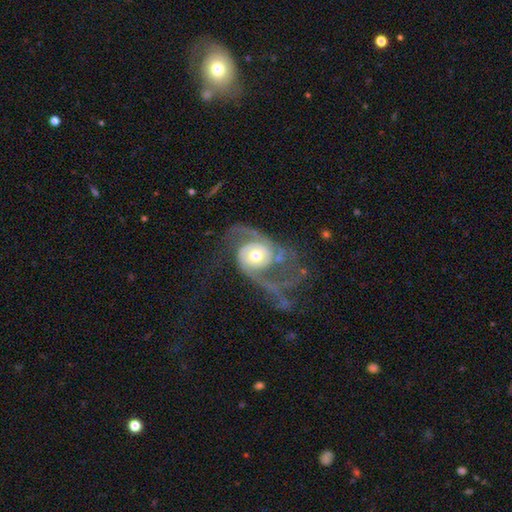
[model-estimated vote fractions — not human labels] This is clearly a featured or disk galaxy (87%). It is clearly not viewed edge-on (97%). Bar: likely no (72%). Spiral arm pattern: clearly yes (94%). Spiral arm count: clearly 2 (82%). Spiral winding: marginally loose (41%). Central bulge: likely moderate (70%). Merging: marginally major disturbance (40%).